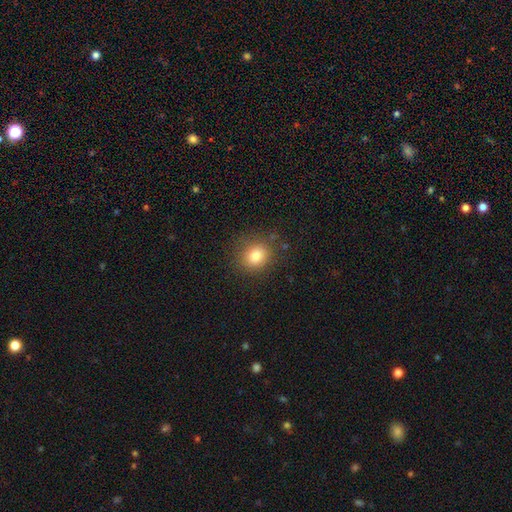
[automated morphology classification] This is clearly a smooth galaxy (82%). How rounded: likely round (76%). Merging: clearly none (85%).